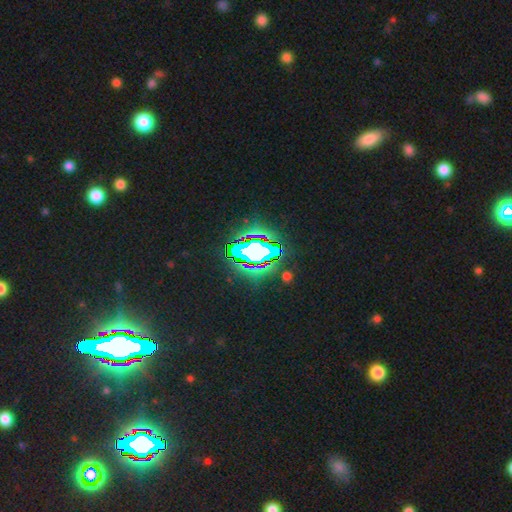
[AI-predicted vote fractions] Smooth or featured?
  - star or artifact: 74% *
  - featured or disk: 13%
  - smooth: 13%